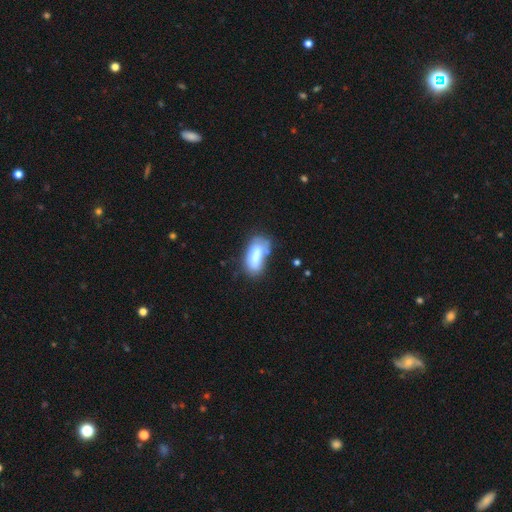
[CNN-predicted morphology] type=smooth (70%); roundness=in between (89%); merging=none (46%).